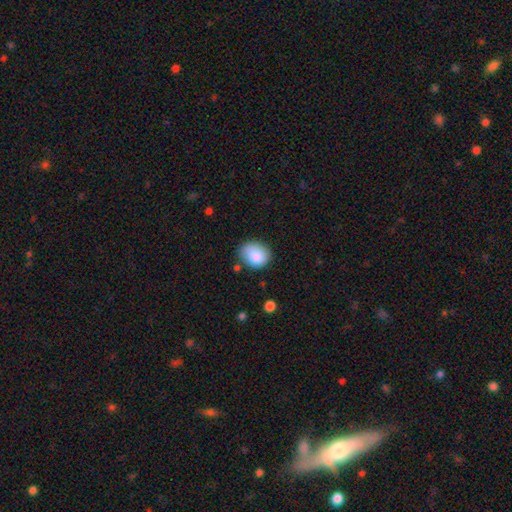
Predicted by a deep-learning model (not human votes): Smooth or featured? Predicted: smooth (p=0.85). How rounded? Predicted: in between (p=0.50). Merging? Predicted: none (p=0.68).